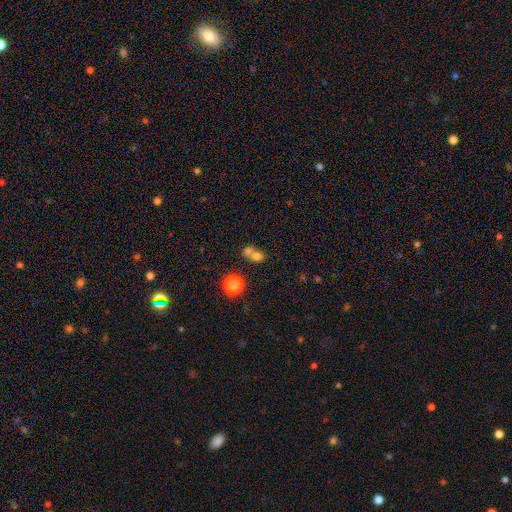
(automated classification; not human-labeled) Overall: smooth (70%). How rounded: round (62%; in between 36%). Merging: merger (59%; none 31%).